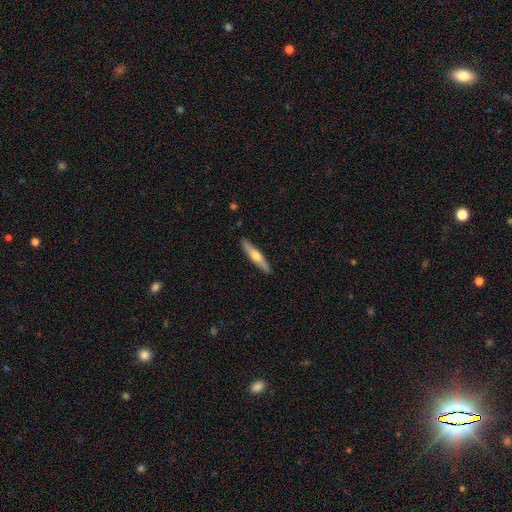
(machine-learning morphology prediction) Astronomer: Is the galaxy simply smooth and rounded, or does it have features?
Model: smooth — 52% (runner-up: featured or disk, 43%).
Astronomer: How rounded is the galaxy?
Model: cigar-shaped — 86%.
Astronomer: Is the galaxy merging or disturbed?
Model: none — 90%.